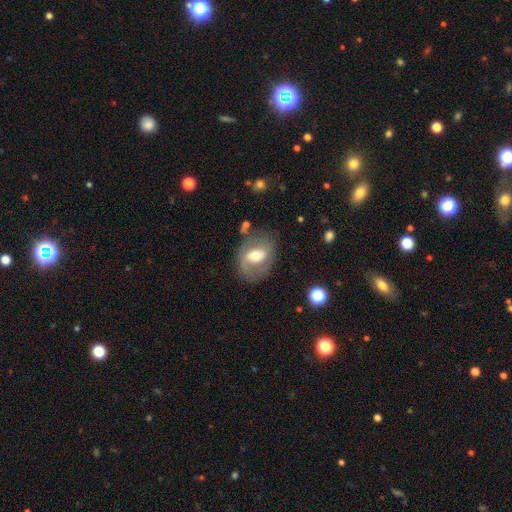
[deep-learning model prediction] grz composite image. It shows a featured or disk galaxy (62%) with a weak bar (45%), spiral arms (73%) and a moderate central bulge (68%). Merging: none (68%).